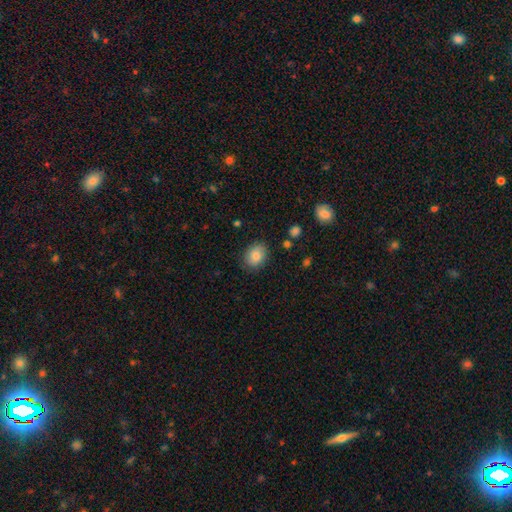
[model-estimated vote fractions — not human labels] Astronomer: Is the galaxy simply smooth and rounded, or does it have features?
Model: smooth — 82%.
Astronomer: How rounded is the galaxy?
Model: in between — 57% (runner-up: round, 43%).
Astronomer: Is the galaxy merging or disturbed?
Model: none — 82%.